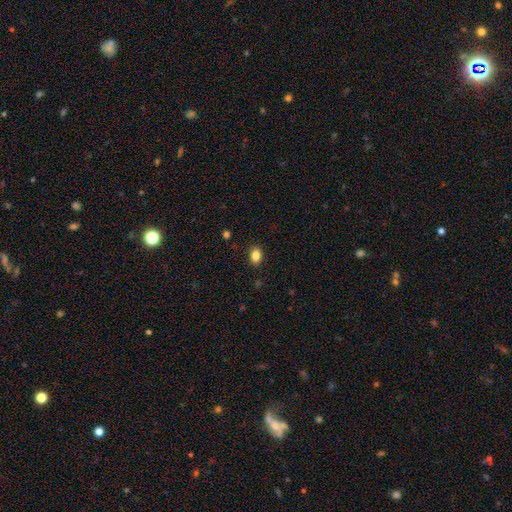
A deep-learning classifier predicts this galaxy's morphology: Smooth or featured: smooth — 85% (star or artifact — 10%)
How rounded: in between — 78% (round — 21%)
Merging: none — 88% (minor disturbance — 9%)